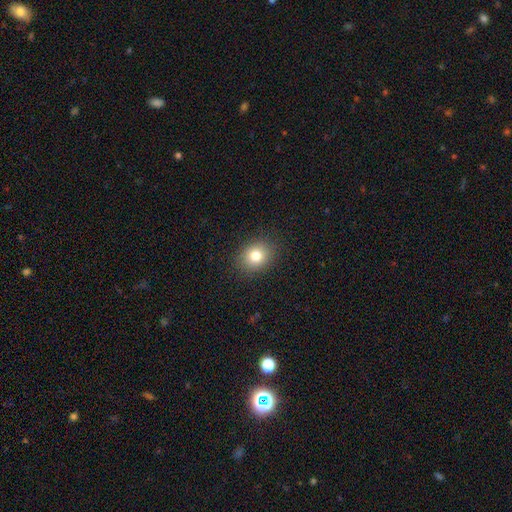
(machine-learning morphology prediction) Smooth or featured?
  - smooth: 80% *
  - star or artifact: 12%
  - featured or disk: 9%
How rounded?
  - round: 54% *
  - in between: 45%
  - cigar-shaped: 1%
Merging?
  - none: 89% *
  - minor disturbance: 8%
  - major disturbance: 3%
  - merger: 1%